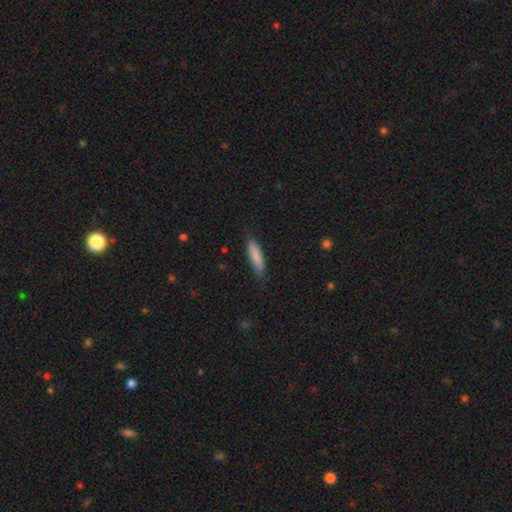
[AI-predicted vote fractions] smooth_or_featured: smooth (p=0.86) [alt: featured or disk p=0.08]
how_rounded: cigar-shaped (p=0.69) [alt: in between p=0.30]
merging: none (p=0.84) [alt: minor disturbance p=0.12]